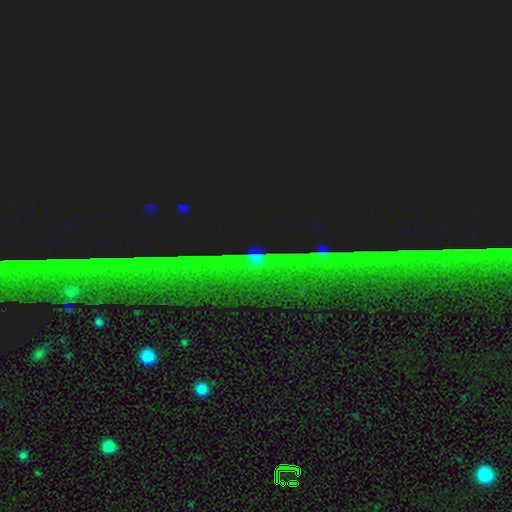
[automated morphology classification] Overall: star or artifact (63%).